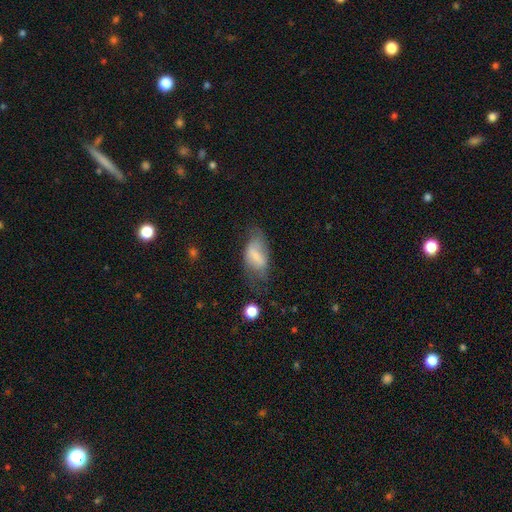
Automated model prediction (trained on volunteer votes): smooth 55%, featured or disk 36%, star or artifact 9%. Down the decision tree: how rounded — in between (87%); merging — none (46%).